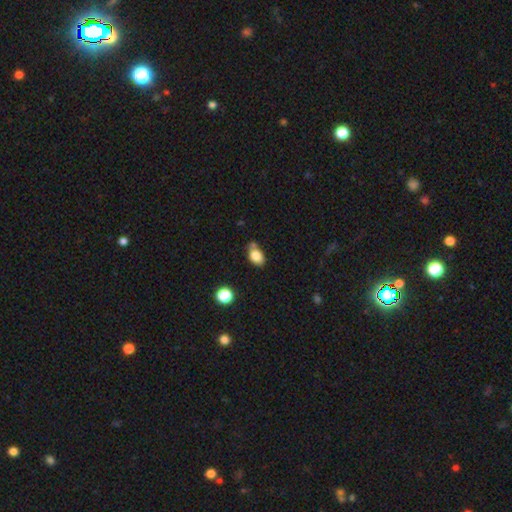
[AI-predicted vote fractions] A smooth galaxy with no disk features (83%) that is in between round and cigar-shaped (81%).

Vote fractions:
- Smooth or featured? smooth: 83% / star or artifact: 9% / featured or disk: 8%
- How rounded? in between: 81% / round: 17% / cigar-shaped: 2%
- Merging? none: 57% / minor disturbance: 23% / merger: 15% / major disturbance: 5%